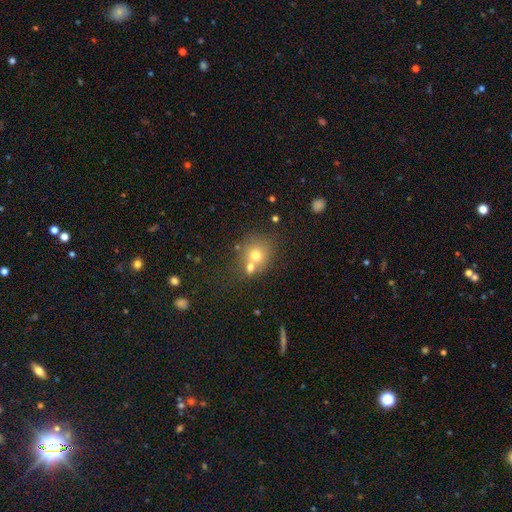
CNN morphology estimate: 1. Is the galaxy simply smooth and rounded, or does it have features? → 70% smooth, 17% featured or disk, 13% star or artifact.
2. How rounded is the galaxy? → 79% round, 21% in between, 1% cigar-shaped.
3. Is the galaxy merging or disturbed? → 44% none, 43% merger, 9% minor disturbance, 4% major disturbance.